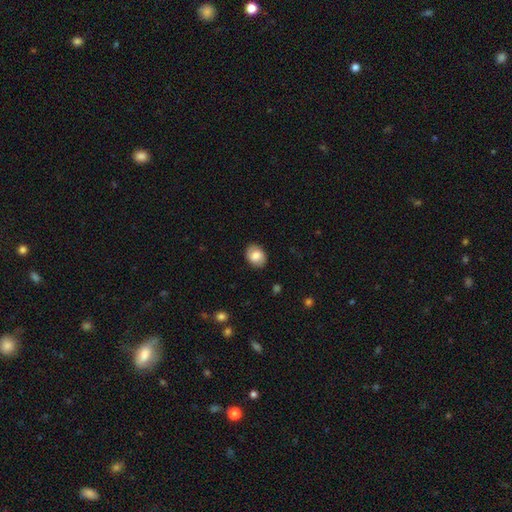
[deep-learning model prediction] Smooth or featured? Predicted: smooth (p=0.75). How rounded? Predicted: in between (p=0.60). Merging? Predicted: none (p=0.86).